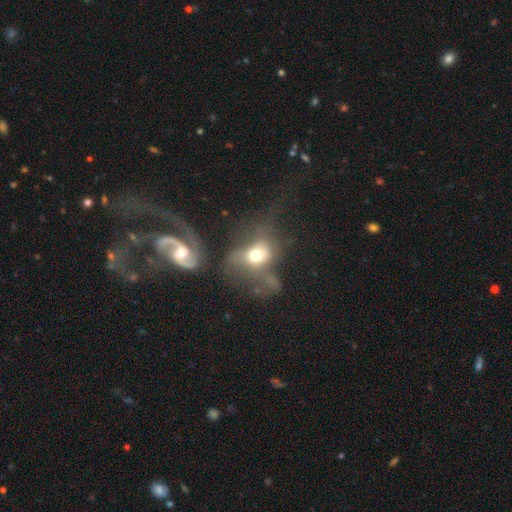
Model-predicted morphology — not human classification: A smooth galaxy with no disk features (54%) that is in between round and cigar-shaped (51%). Merging: major disturbance (42%).